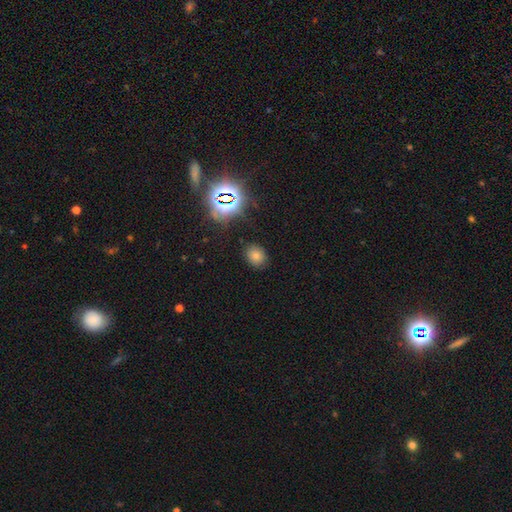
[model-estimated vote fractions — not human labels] Smooth or featured? smooth (56%)
How rounded? round (63%)
Merging? none (86%)